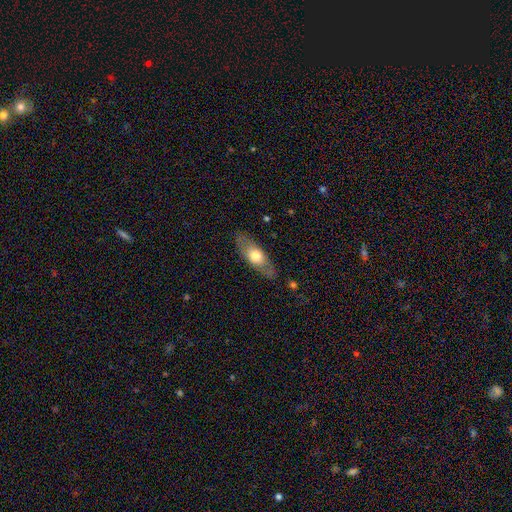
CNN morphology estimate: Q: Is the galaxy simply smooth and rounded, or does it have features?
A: smooth — 57%.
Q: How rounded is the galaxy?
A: in between — 67%.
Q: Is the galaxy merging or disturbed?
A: none — 82%.